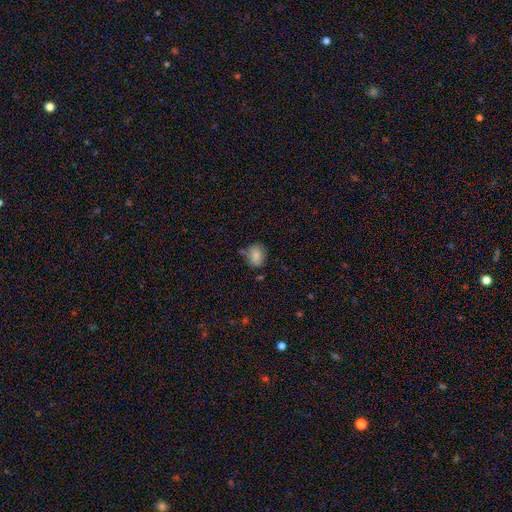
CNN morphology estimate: This is clearly a smooth galaxy (81%). How rounded: possibly round (50%). Merging: likely none (66%).